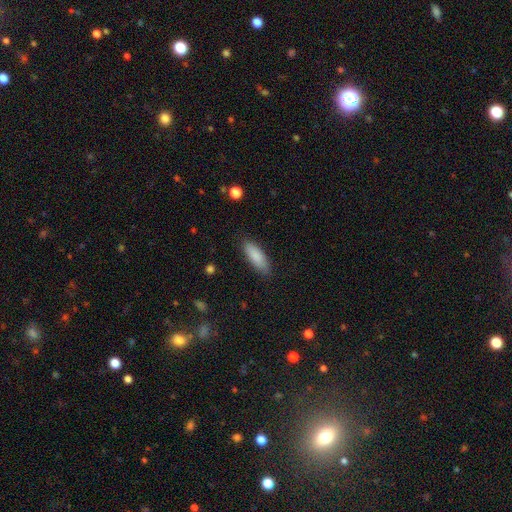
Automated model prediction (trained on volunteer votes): A smooth galaxy with no disk features (86%) that is in between round and cigar-shaped (66%).

Vote fractions:
- Smooth or featured? smooth: 86% / featured or disk: 8% / star or artifact: 6%
- How rounded? in between: 66% / cigar-shaped: 32% / round: 2%
- Merging? none: 85% / minor disturbance: 12% / major disturbance: 2% / merger: 1%